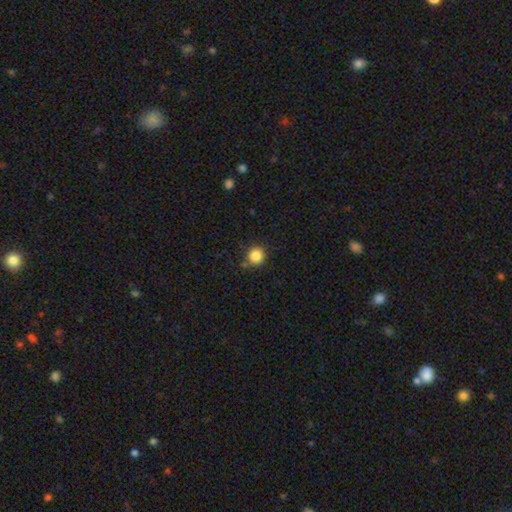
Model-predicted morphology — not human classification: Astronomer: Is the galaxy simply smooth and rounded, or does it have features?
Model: smooth — 85%.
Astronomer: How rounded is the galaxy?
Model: round — 93%.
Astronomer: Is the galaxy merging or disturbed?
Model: none — 81%.